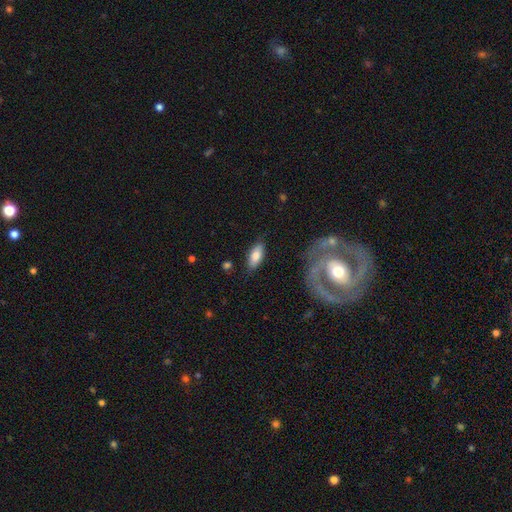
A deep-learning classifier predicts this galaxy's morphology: Smooth or featured? Predicted: smooth (p=0.78). How rounded? Predicted: in between (p=0.82). Merging? Predicted: none (p=0.82).